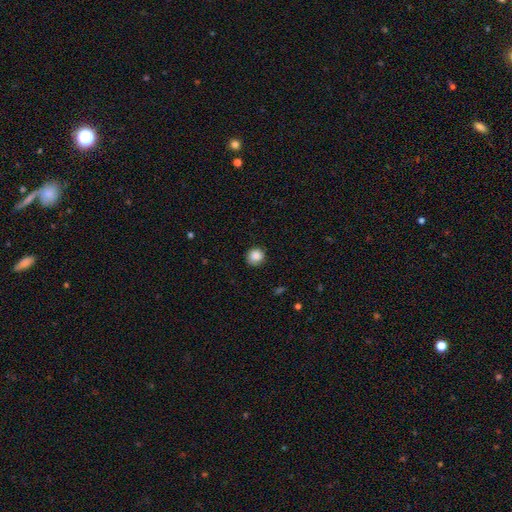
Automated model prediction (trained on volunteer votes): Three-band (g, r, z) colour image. It shows a smooth galaxy with no disk features (87%) that is round (90%). Merging: none (82%).